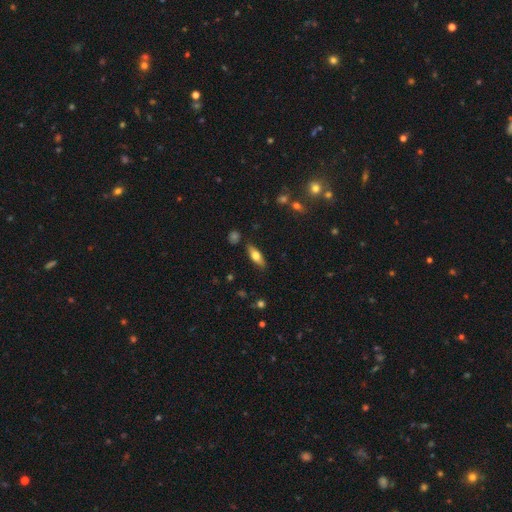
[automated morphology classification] The model was most divided on "smooth or featured": smooth: 56%, featured or disk: 37%, star or artifact: 7%. More confident: merging — none (84%); how rounded — in between (60%).